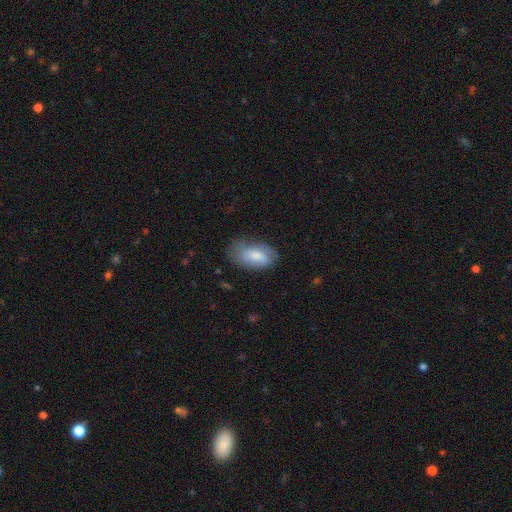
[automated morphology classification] smooth_or_featured: smooth (p=0.75) [alt: featured or disk p=0.18]
how_rounded: in between (p=0.92) [alt: round p=0.04]
merging: none (p=0.55) [alt: minor disturbance p=0.31]